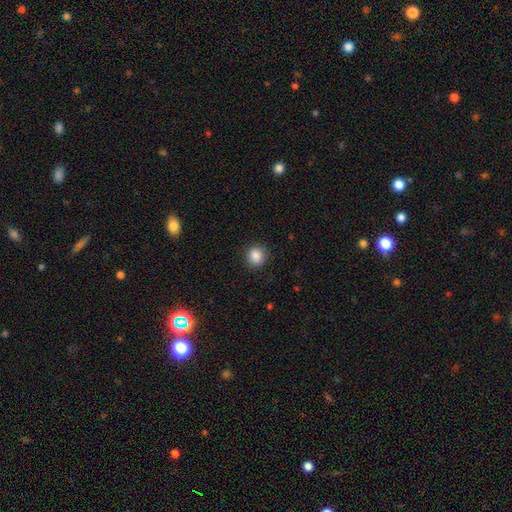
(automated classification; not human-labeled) Overall: smooth (86%). How rounded: round (81%). Merging: none (88%).